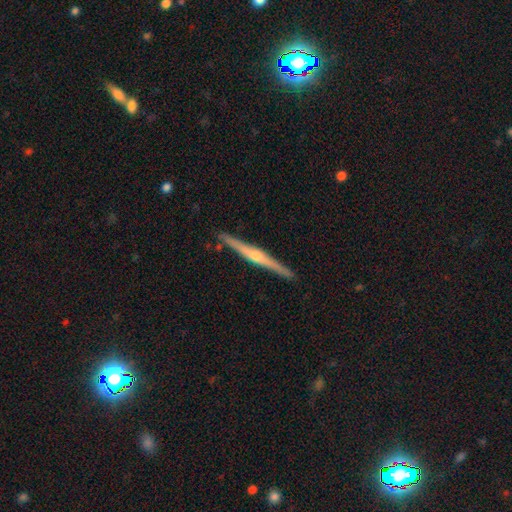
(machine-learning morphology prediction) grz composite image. It shows a featured or disk galaxy (78%) viewed edge-on (98%) with a rounded central bulge (86%). Merging: none (91%).